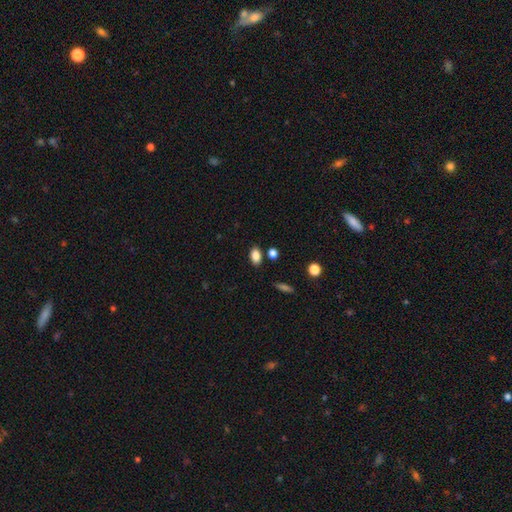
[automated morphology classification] Smooth or featured? Predicted: smooth (p=0.85). How rounded? Predicted: in between (p=0.87). Merging? Predicted: none (p=0.84).